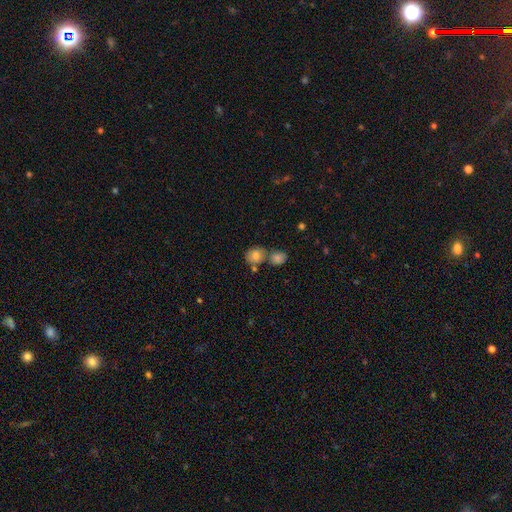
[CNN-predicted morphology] Overall: smooth (78%). How rounded: round (74%). Merging: none (50%; merger 36%).